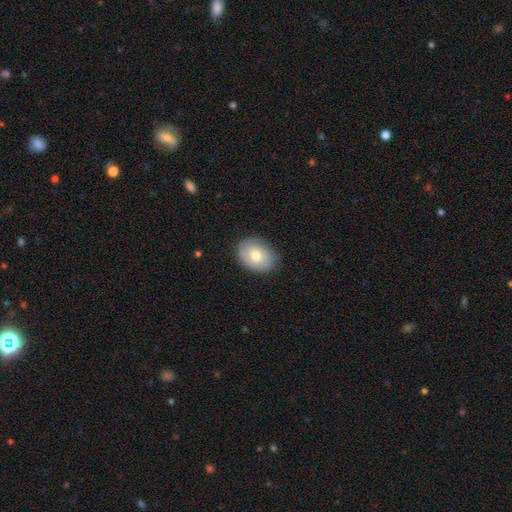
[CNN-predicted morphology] Smooth or featured? Predicted: smooth (p=0.66). How rounded? Predicted: in between (p=0.72). Merging? Predicted: none (p=0.77).